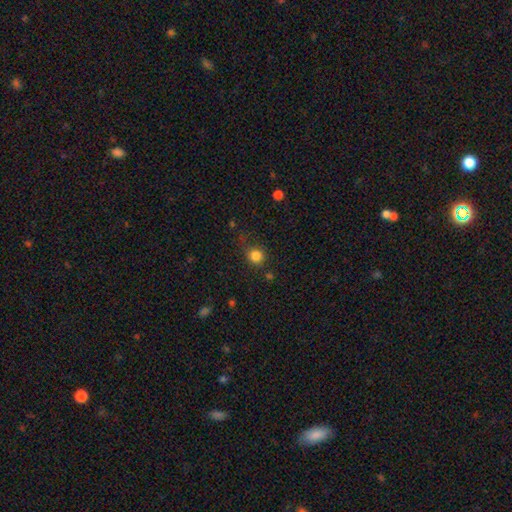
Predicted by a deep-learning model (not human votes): Q: Smooth or featured?
A: smooth (83%); runner-up: star or artifact (12%)
Q: How rounded?
A: round (90%); runner-up: in between (9%)
Q: Merging?
A: none (73%); runner-up: minor disturbance (17%)